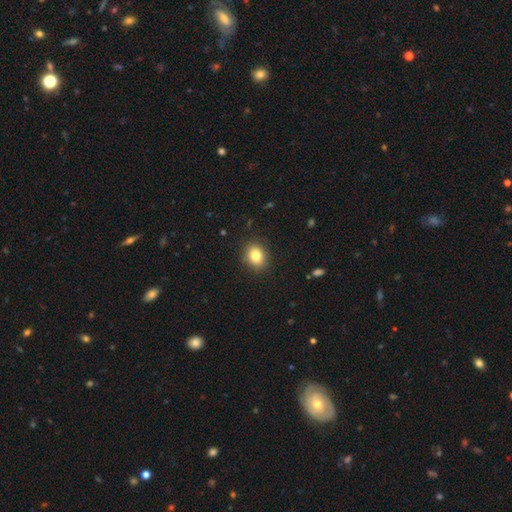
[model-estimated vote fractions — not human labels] Morphology: type=smooth (82%); roundness=round (58%); merging=none (88%).